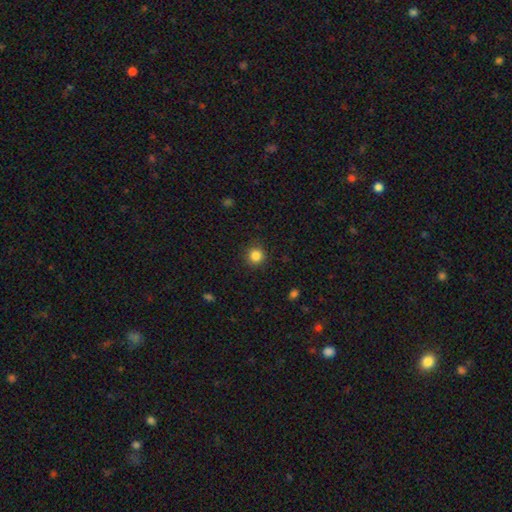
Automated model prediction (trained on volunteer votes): smooth 84%, star or artifact 11%, featured or disk 4%. Down the decision tree: how rounded — round (93%); merging — none (90%).